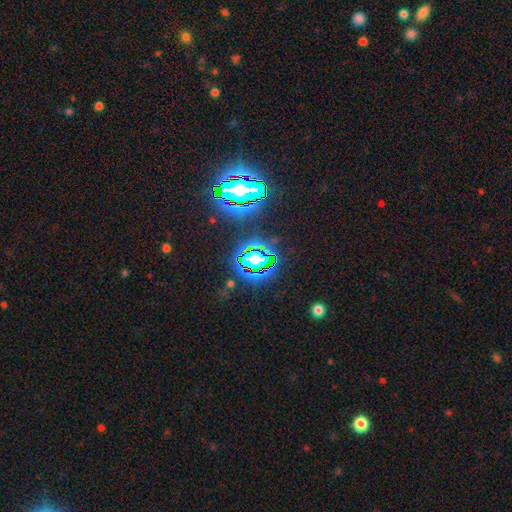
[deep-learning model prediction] Smooth or featured? star or artifact (83%)